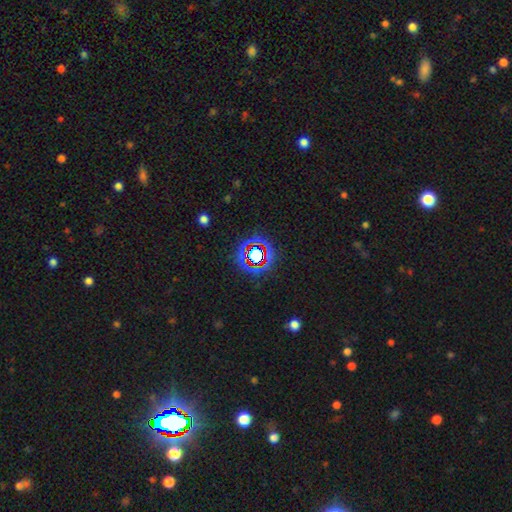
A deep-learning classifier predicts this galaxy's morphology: Q: Smooth or featured?
A: star or artifact (69%); runner-up: smooth (19%)